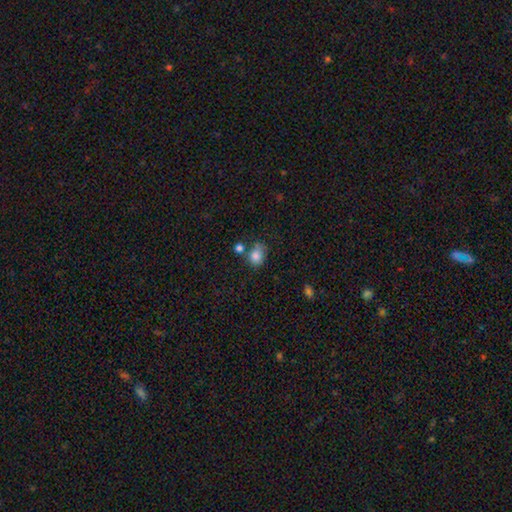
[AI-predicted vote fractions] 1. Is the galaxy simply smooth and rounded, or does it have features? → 83% smooth, 10% star or artifact, 7% featured or disk.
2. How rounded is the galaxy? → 52% in between, 47% round, 1% cigar-shaped.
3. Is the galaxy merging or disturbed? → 50% none, 25% minor disturbance, 17% merger, 9% major disturbance.